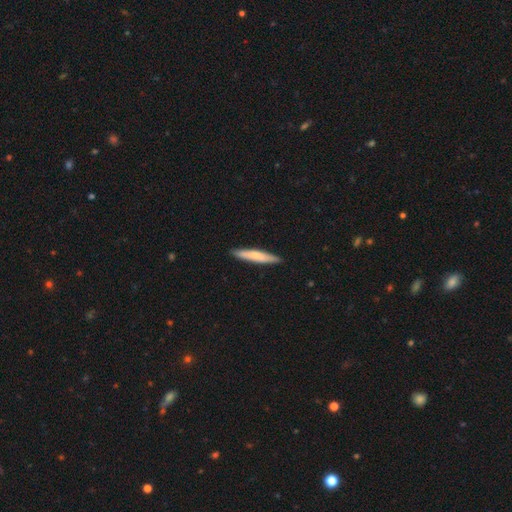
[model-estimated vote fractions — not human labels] smooth-or-featured: smooth: 67% | featured or disk: 28% | star or artifact: 5%
  how-rounded: cigar-shaped: 91% | in between: 7% | round: 1%
  merging: none: 90% | minor disturbance: 7% | major disturbance: 1% | merger: 1%